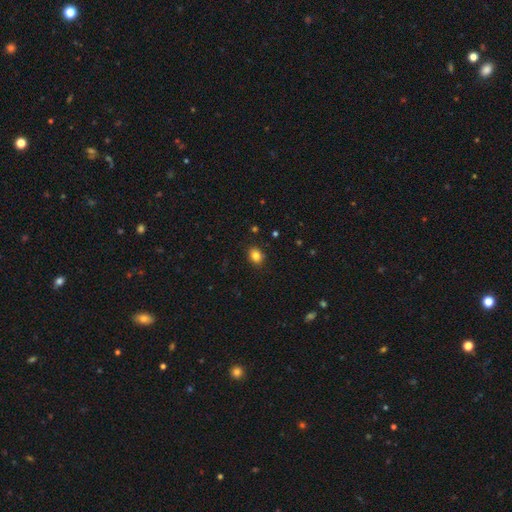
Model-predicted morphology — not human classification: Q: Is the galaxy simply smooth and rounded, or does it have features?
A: smooth — 84%.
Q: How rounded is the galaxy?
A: in between — 51%.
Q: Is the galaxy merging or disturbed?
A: none — 88%.